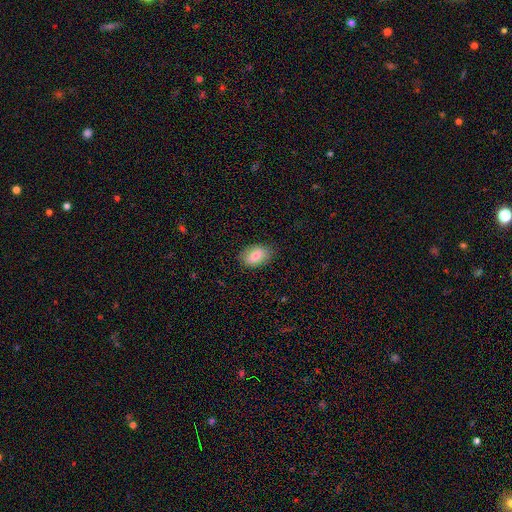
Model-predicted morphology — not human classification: smooth 80%, featured or disk 13%, star or artifact 7%. Down the decision tree: how rounded — in between (88%); merging — none (81%).